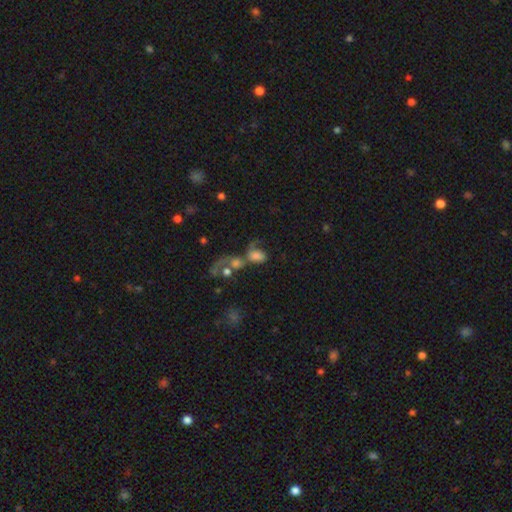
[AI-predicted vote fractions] Smooth or featured? smooth (53%)
How rounded? in between (70%)
Merging? merger (57%)